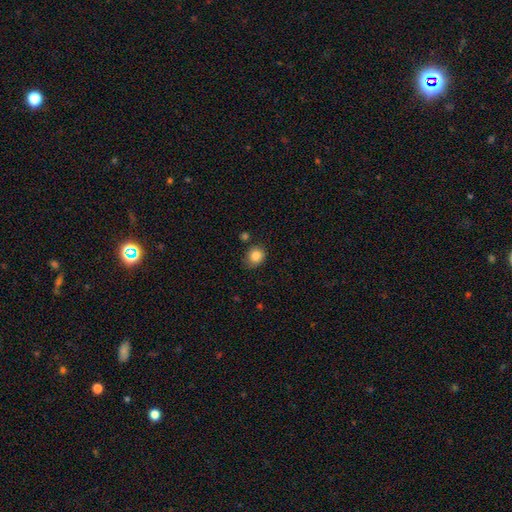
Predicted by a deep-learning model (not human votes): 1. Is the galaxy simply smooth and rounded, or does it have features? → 86% smooth, 10% star or artifact, 4% featured or disk.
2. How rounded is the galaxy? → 77% round, 22% in between, 1% cigar-shaped.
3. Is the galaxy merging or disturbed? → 72% none, 19% minor disturbance, 5% merger, 5% major disturbance.